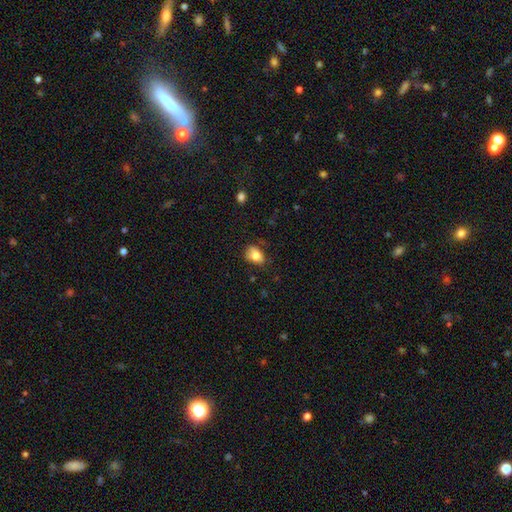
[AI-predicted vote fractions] Morphology: type=smooth (79%); roundness=in between (77%); merging=none (67%).